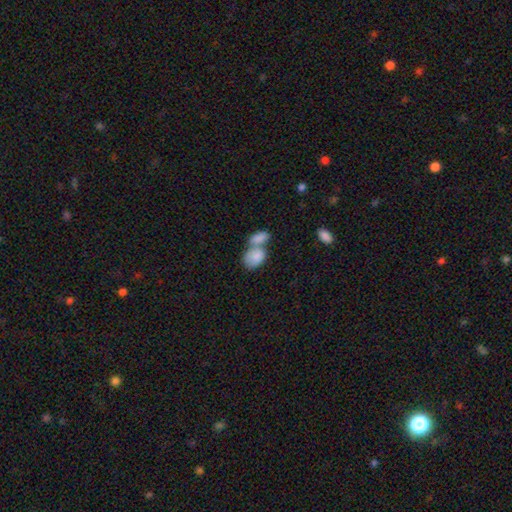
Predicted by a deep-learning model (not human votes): smooth 82%, featured or disk 11%, star or artifact 6%. Down the decision tree: how rounded — in between (87%); merging — merger (68%).